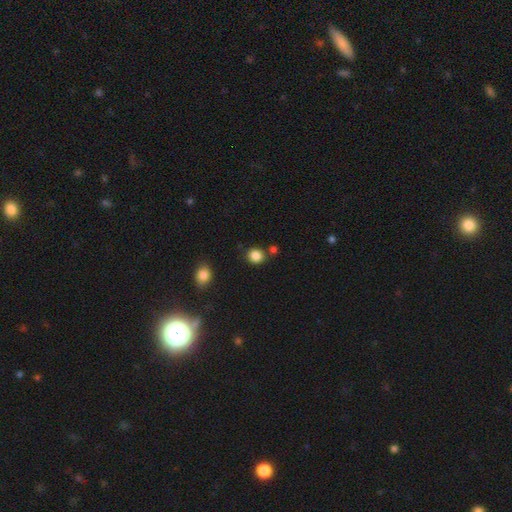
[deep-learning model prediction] This appears to be a smooth galaxy with no disk features (86%) that is round (83%). Merging: none (78%).